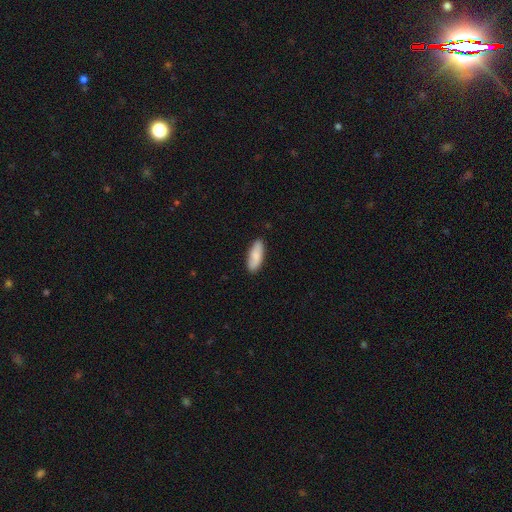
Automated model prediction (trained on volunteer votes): A smooth galaxy with no disk features (84%) that is in between round and cigar-shaped (68%).

Vote fractions:
- Smooth or featured? smooth: 84% / featured or disk: 11% / star or artifact: 5%
- How rounded? in between: 68% / cigar-shaped: 30% / round: 2%
- Merging? none: 87% / minor disturbance: 10% / major disturbance: 2% / merger: 1%